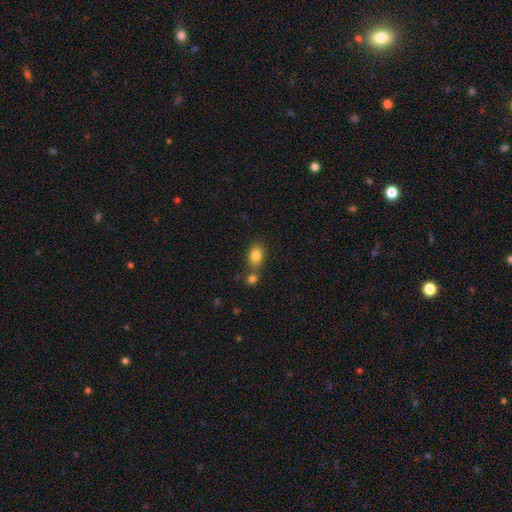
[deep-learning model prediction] The model was most divided on "merging": none: 59%, merger: 25%, minor disturbance: 12%, major disturbance: 4%. More confident: smooth or featured — smooth (83%); how rounded — in between (71%).